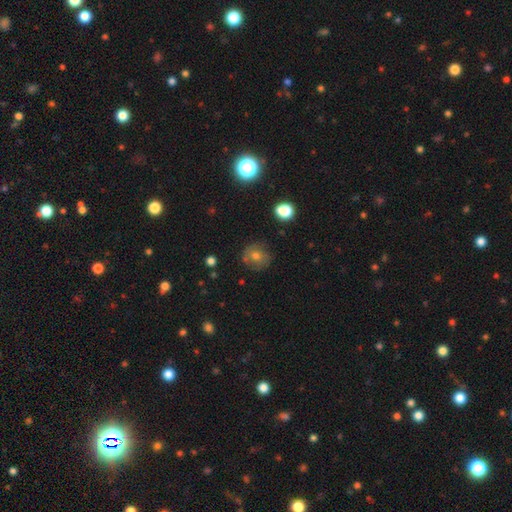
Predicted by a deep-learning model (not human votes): smooth_or_featured: smooth (p=0.50) [alt: featured or disk p=0.33]
merging: none (p=0.78) [alt: minor disturbance p=0.15]